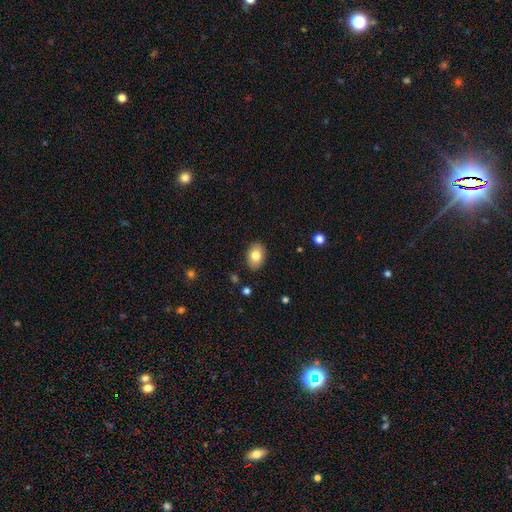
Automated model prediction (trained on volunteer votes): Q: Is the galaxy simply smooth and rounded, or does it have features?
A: smooth — 81%.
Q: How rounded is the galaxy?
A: in between — 83%.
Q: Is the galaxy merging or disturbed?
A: none — 88%.